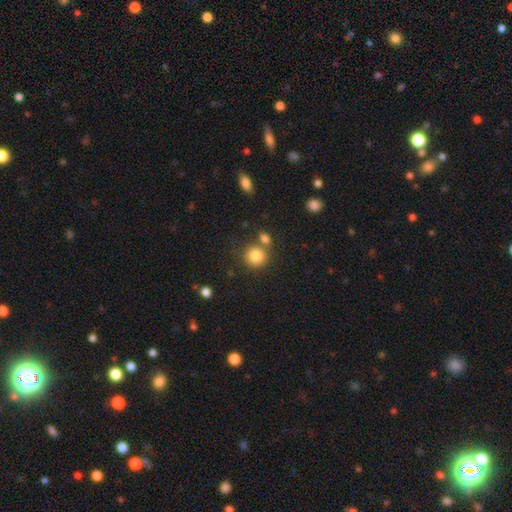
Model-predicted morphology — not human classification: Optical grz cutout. It shows a smooth galaxy with no disk features (83%) that is round (87%). Merging: none (66%).